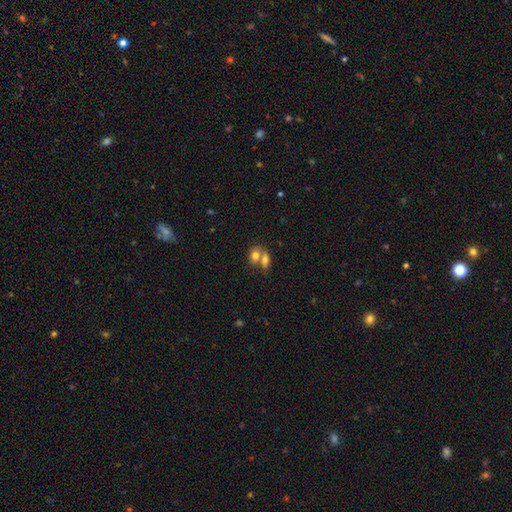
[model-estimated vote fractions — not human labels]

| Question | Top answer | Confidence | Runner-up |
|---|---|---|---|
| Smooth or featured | smooth | 74% | featured or disk (17%) |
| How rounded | in between | 70% | round (28%) |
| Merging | merger | 65% | none (24%) |